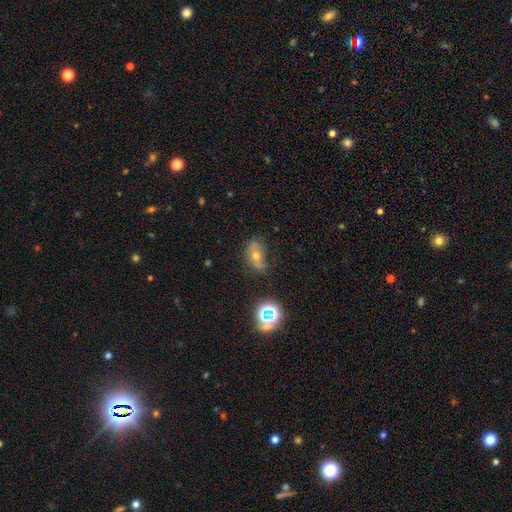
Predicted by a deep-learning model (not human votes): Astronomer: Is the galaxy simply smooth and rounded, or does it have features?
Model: smooth — 42% (runner-up: featured or disk, 37%).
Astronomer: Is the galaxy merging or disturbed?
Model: none — 55%.